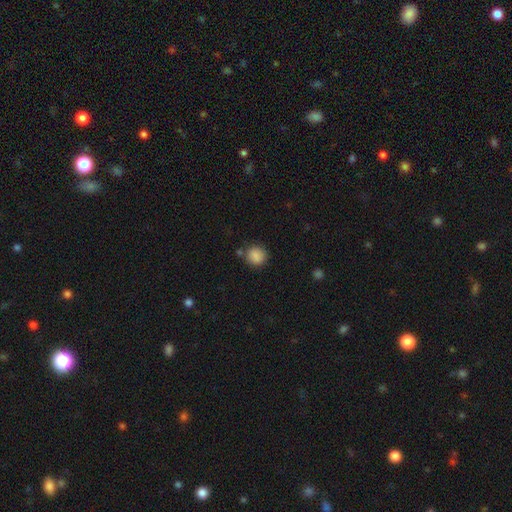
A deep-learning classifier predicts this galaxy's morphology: Smooth or featured?
  - smooth: 88% *
  - star or artifact: 9%
  - featured or disk: 3%
How rounded?
  - round: 87% *
  - in between: 12%
  - cigar-shaped: 1%
Merging?
  - none: 78% *
  - minor disturbance: 12%
  - merger: 7%
  - major disturbance: 3%